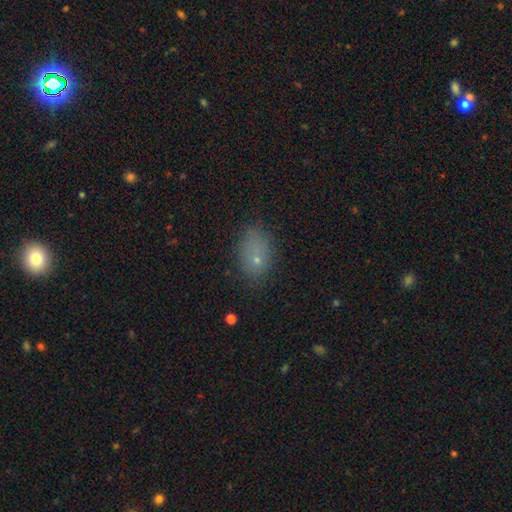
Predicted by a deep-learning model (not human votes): A smooth galaxy with no disk features (72%) that is in between round and cigar-shaped (81%).

Vote fractions:
- Smooth or featured? smooth: 72% / star or artifact: 16% / featured or disk: 12%
- How rounded? in between: 81% / round: 17% / cigar-shaped: 2%
- Merging? none: 70% / minor disturbance: 20% / major disturbance: 8% / merger: 2%